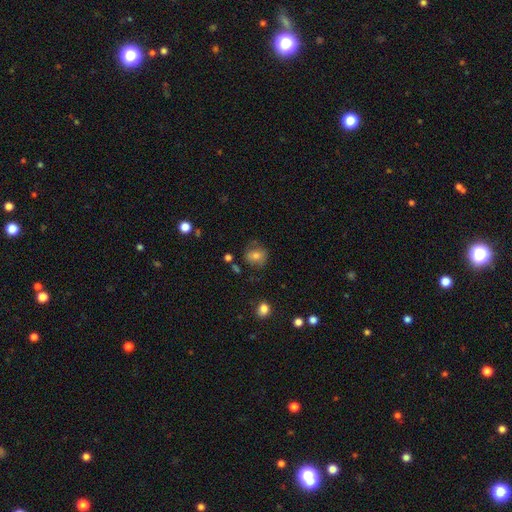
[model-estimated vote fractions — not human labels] This appears to be a smooth galaxy with no disk features (68%) that is round (68%). Merging: none (67%).